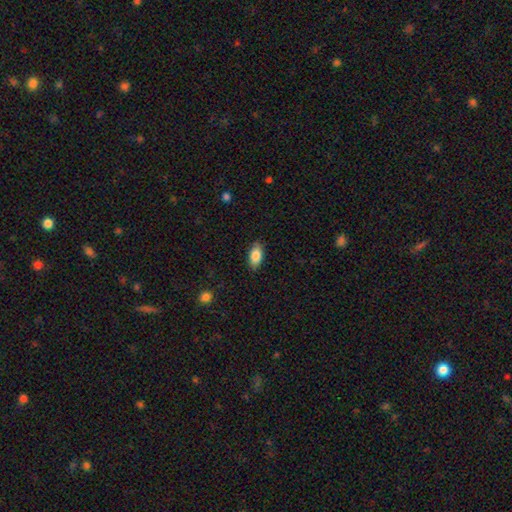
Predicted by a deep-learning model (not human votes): This appears to be a smooth galaxy with no disk features (84%) that is in between round and cigar-shaped (90%). Merging: none (86%).